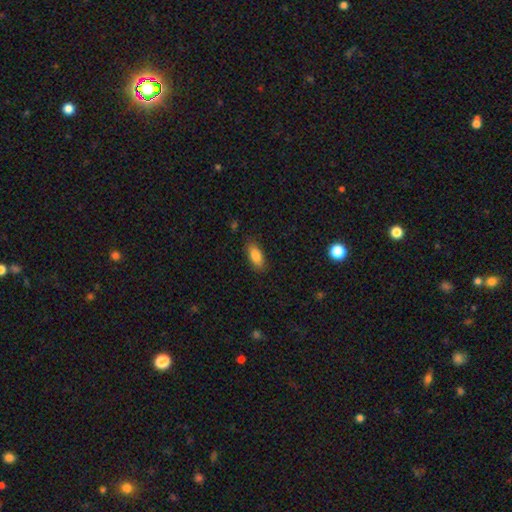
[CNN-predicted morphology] Smooth or featured? Predicted: smooth (p=0.84). How rounded? Predicted: in between (p=0.86). Merging? Predicted: none (p=0.84).